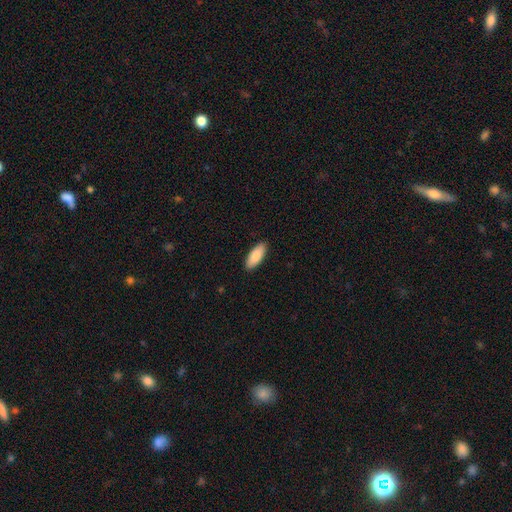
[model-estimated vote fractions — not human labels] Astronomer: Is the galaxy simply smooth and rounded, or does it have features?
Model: smooth — 86%.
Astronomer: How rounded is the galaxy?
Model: in between — 80%.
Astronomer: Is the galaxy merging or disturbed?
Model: none — 90%.